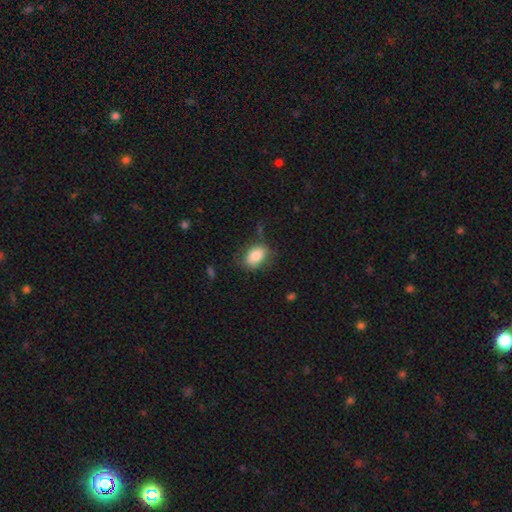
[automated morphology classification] Smooth or featured? smooth (80%)
How rounded? in between (82%)
Merging? none (69%)